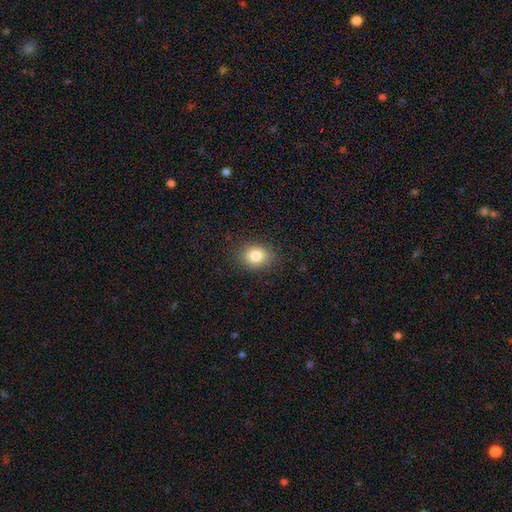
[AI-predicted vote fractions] Smooth or featured?
  - smooth: 83% *
  - star or artifact: 10%
  - featured or disk: 7%
How rounded?
  - round: 51% *
  - in between: 48%
  - cigar-shaped: 1%
Merging?
  - none: 85% *
  - minor disturbance: 10%
  - major disturbance: 3%
  - merger: 1%